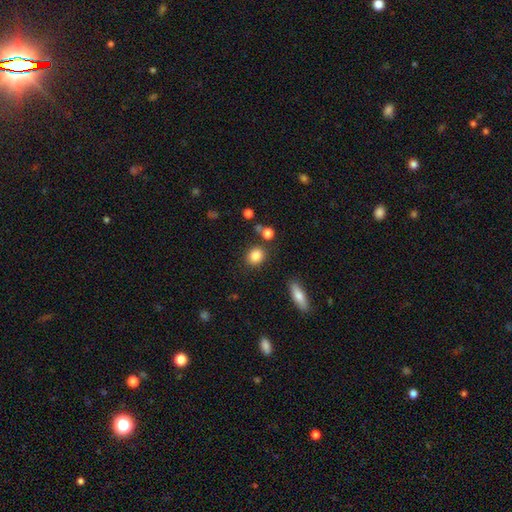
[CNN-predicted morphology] smooth 85%, star or artifact 10%, featured or disk 6%. Down the decision tree: how rounded — round (62%); merging — none (81%).